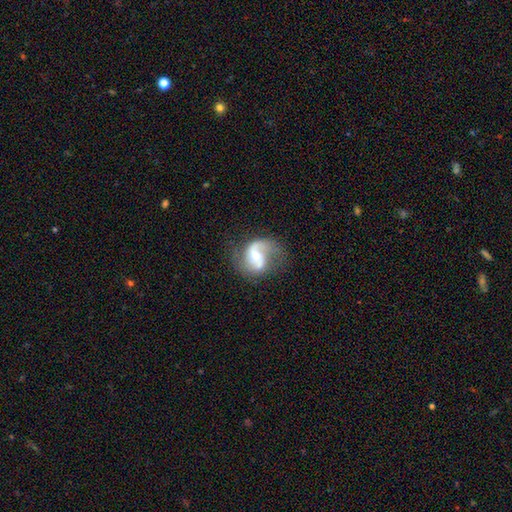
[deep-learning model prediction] featured or disk 83%, smooth 12%, star or artifact 6%. Down the decision tree: edge-on disk — no (98%); bar — weak (42%); spiral arms — yes (94%); spiral arm count — 2 (76%); spiral winding — loose (54%); bulge size — moderate (56%); merging — none (59%).